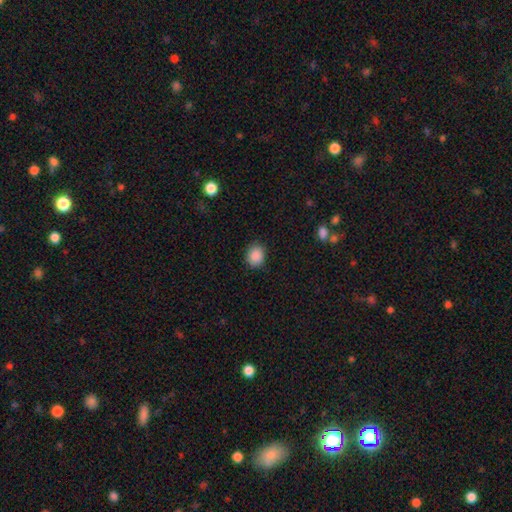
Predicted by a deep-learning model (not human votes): smooth 88%, star or artifact 9%, featured or disk 3%. Down the decision tree: how rounded — round (65%); merging — none (86%).